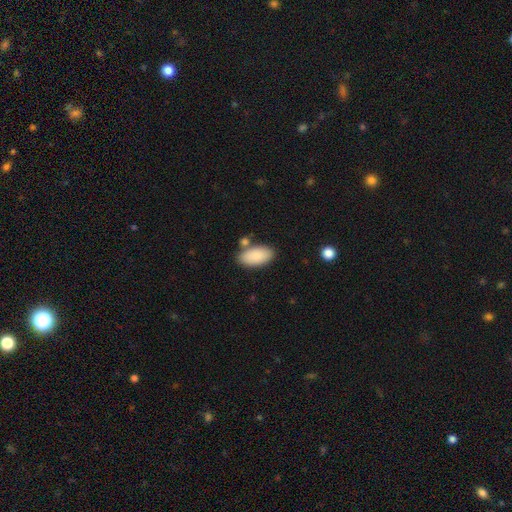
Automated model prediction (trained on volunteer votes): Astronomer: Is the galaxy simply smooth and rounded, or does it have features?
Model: smooth — 88%.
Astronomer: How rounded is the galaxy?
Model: in between — 94%.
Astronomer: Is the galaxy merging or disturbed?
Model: none — 71%.